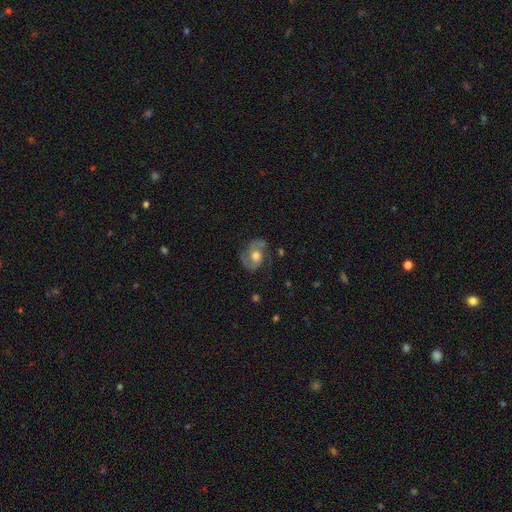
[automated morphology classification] Smooth or featured?
  - featured or disk: 79% *
  - smooth: 14%
  - star or artifact: 6%
Edge-on disk?
  - no: 98% *
  - yes: 2%
Bar?
  - no: 66% *
  - weak: 28%
  - strong: 6%
Spiral arms?
  - yes: 92% *
  - no: 8%
Spiral winding?
  - medium: 54% *
  - tight: 28%
  - loose: 19%
Spiral arm count?
  - 2: 89% *
  - can't tell: 5%
  - 1: 3%
  - 3: 1%
  - 4: 1%
  - more than 4: 1%
Bulge size?
  - moderate: 59% *
  - large: 30%
  - small: 7%
  - none: 2%
  - dominant: 2%
Merging?
  - none: 71% *
  - minor disturbance: 18%
  - major disturbance: 9%
  - merger: 2%